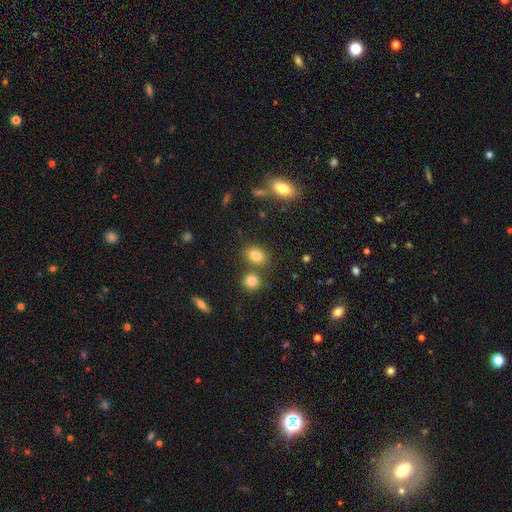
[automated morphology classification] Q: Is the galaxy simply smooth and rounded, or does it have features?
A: smooth — 80%.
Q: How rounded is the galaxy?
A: in between — 64%.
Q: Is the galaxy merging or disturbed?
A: none — 69%.